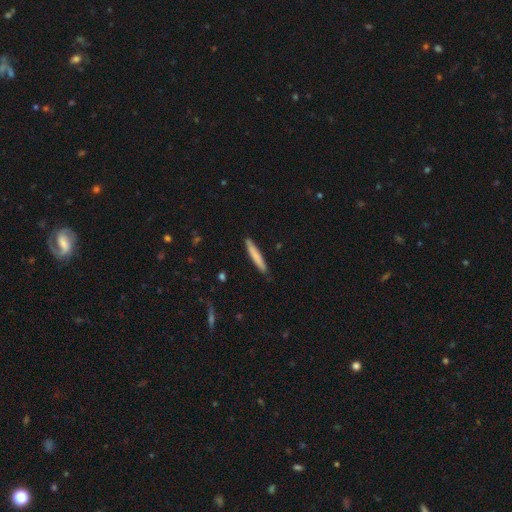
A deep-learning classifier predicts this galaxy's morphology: This appears to be a smooth galaxy with no disk features (76%) that is cigar-shaped (95%). Merging: none (86%).